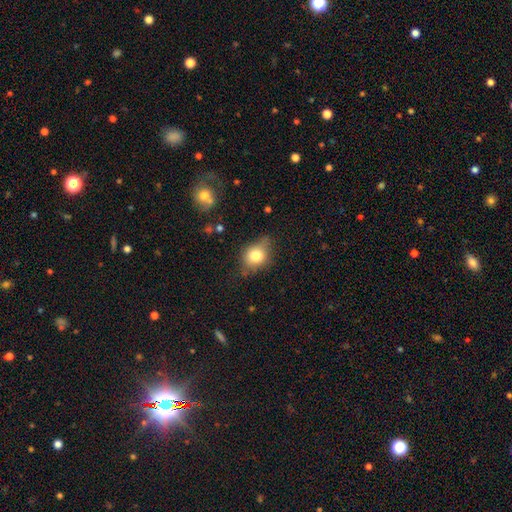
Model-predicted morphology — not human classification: Smooth or featured? smooth (74%)
How rounded? in between (55%)
Merging? none (64%)